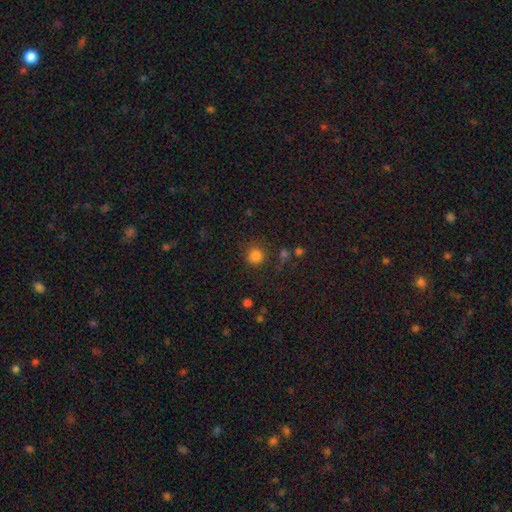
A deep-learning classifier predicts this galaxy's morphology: A smooth galaxy with no disk features (81%) that is round (92%).

Vote fractions:
- Smooth or featured? smooth: 81% / star or artifact: 14% / featured or disk: 5%
- How rounded? round: 92% / in between: 7% / cigar-shaped: 1%
- Merging? none: 78% / minor disturbance: 11% / major disturbance: 6% / merger: 5%